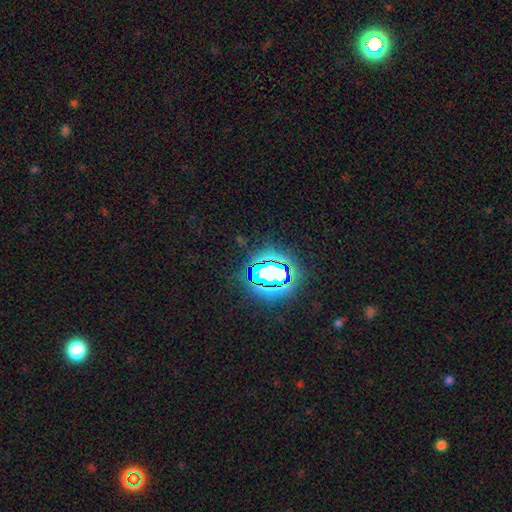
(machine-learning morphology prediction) A star or artifact, not a galaxy (74%).